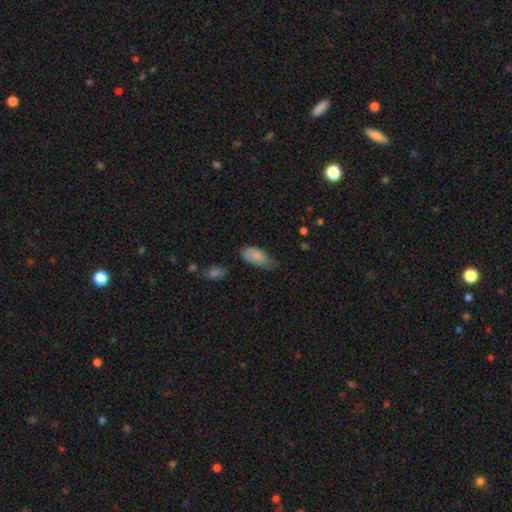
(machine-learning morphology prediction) Overall: smooth (83%). How rounded: in between (92%). Merging: none (44%; minor disturbance 42%).